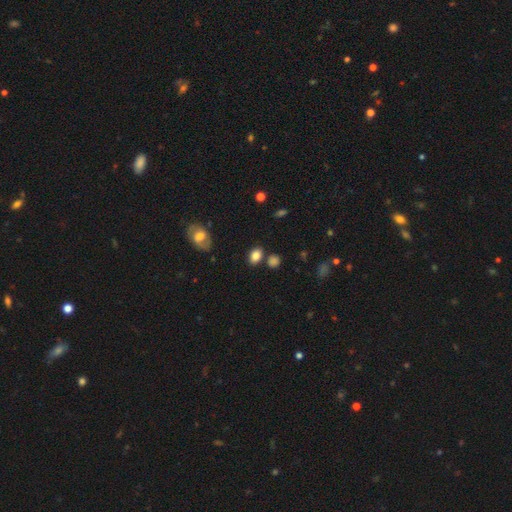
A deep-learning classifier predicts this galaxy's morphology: A smooth galaxy with no disk features (83%) that is in between round and cigar-shaped (73%). Merging: none (76%).